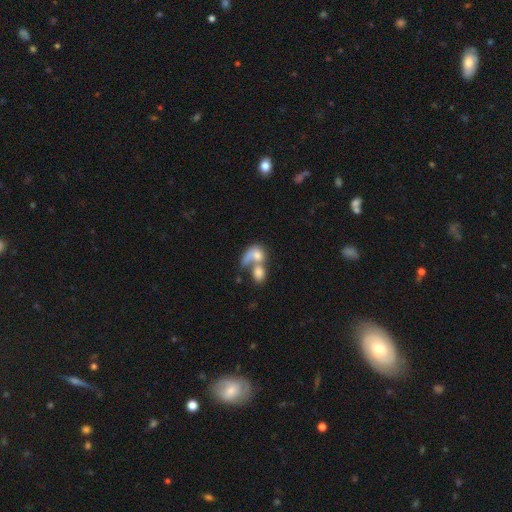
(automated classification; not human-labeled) Smooth or featured: smooth — 65% (featured or disk — 27%)
How rounded: in between — 60% (round — 37%)
Merging: merger — 69% (none — 14%)